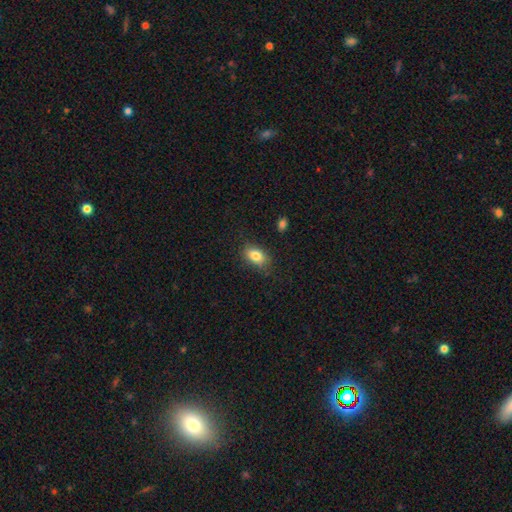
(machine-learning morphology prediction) Smooth or featured? Predicted: smooth (p=0.83). How rounded? Predicted: in between (p=0.85). Merging? Predicted: none (p=0.78).